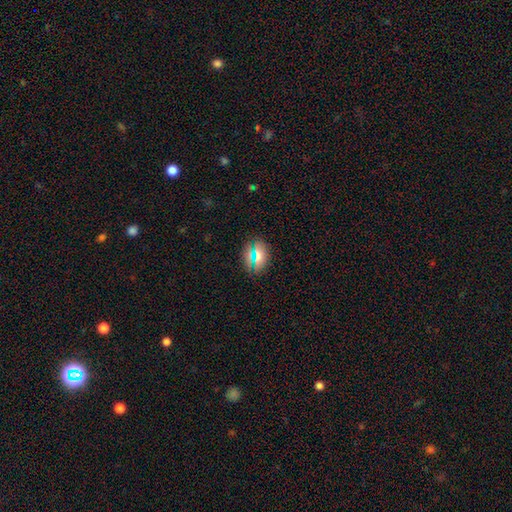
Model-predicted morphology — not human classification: type=smooth (71%); roundness=in between (68%); merging=none (84%).